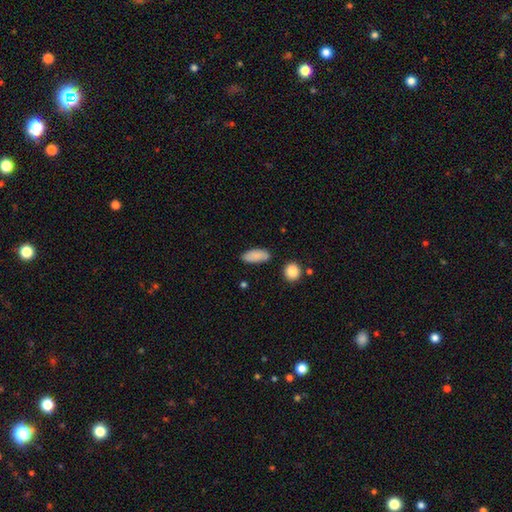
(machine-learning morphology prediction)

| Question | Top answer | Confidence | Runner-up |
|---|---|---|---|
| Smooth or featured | smooth | 85% | featured or disk (8%) |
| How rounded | in between | 85% | cigar-shaped (12%) |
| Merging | none | 76% | minor disturbance (17%) |